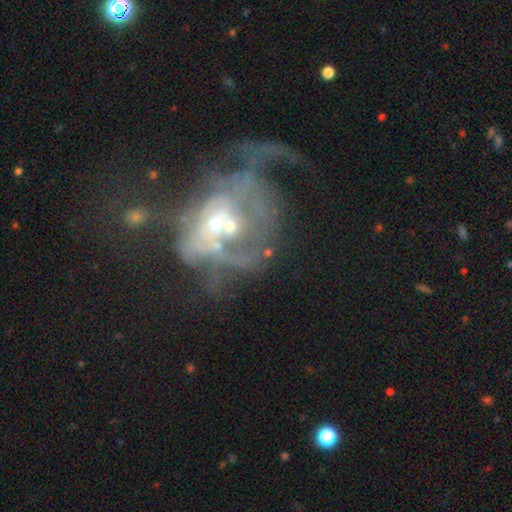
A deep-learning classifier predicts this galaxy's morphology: Smooth or featured? Predicted: featured or disk (p=0.69). Edge-on disk? Predicted: no (p=0.97). Bar? Predicted: no (p=0.80). Spiral arms? Predicted: no (p=0.53). Bulge size? Predicted: small (p=0.46). Merging? Predicted: merger (p=0.42).